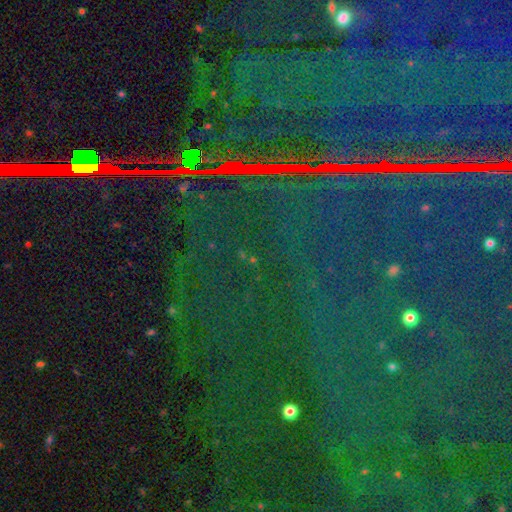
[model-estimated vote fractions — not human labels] This is clearly a star or artifact rather than a galaxy (86%).